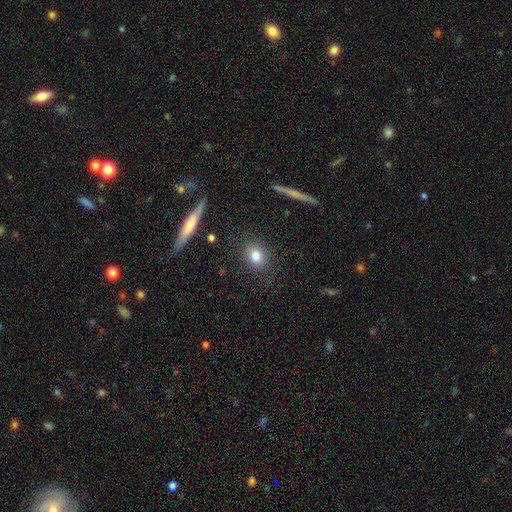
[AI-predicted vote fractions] Smooth or featured? smooth (81%)
How rounded? round (61%)
Merging? none (83%)